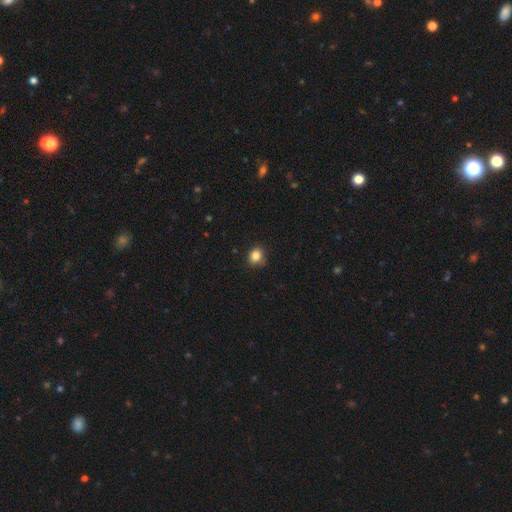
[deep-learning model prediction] Smooth or featured? smooth (84%)
How rounded? round (68%)
Merging? none (74%)